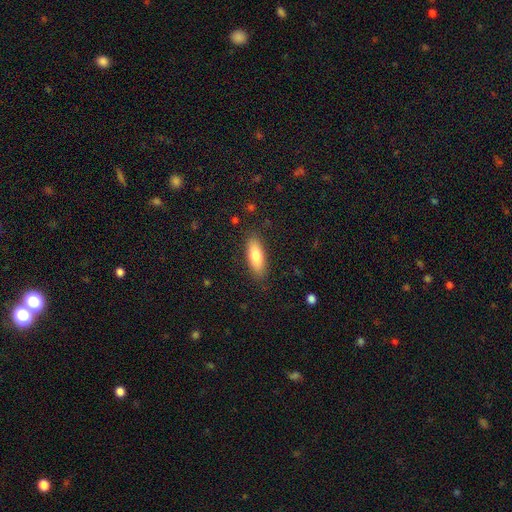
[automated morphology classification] A smooth galaxy with no disk features (77%) that is in between round and cigar-shaped (62%).

Vote fractions:
- Smooth or featured? smooth: 77% / featured or disk: 17% / star or artifact: 6%
- How rounded? in between: 62% / cigar-shaped: 36% / round: 2%
- Merging? none: 86% / minor disturbance: 11% / major disturbance: 3% / merger: 1%